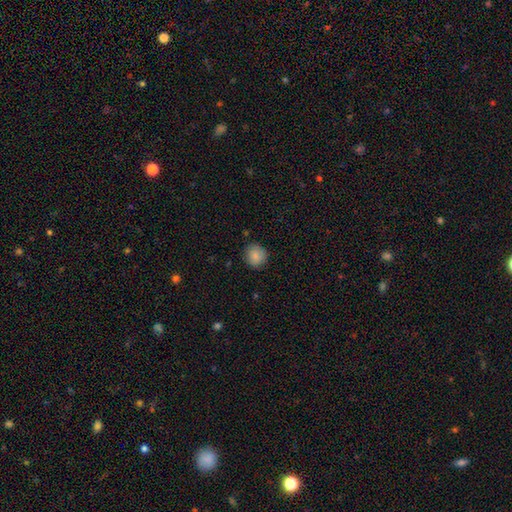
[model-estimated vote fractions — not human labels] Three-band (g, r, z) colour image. It shows a smooth galaxy with no disk features (86%) that is round (85%). Merging: none (86%).